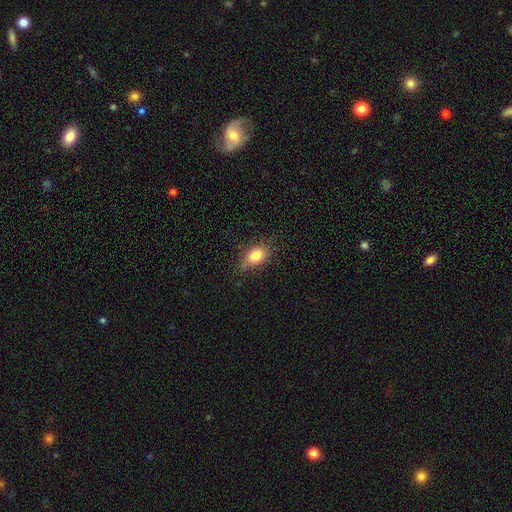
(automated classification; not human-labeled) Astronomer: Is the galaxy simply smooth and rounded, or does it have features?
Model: smooth — 81%.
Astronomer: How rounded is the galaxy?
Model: in between — 76%.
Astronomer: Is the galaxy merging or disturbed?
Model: none — 69%.